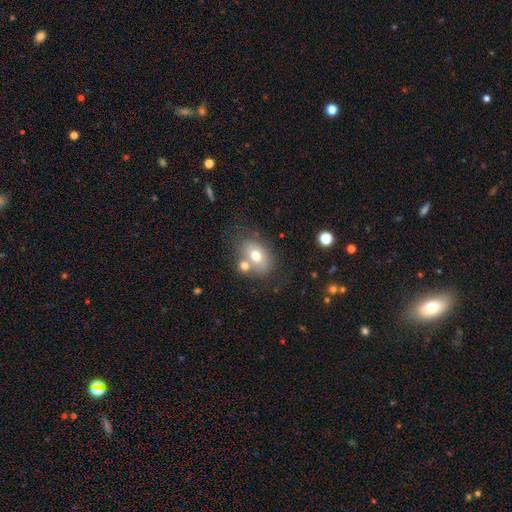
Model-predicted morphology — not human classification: Overall: smooth (67%). How rounded: in between (74%). Merging: none (50%; merger 28%).